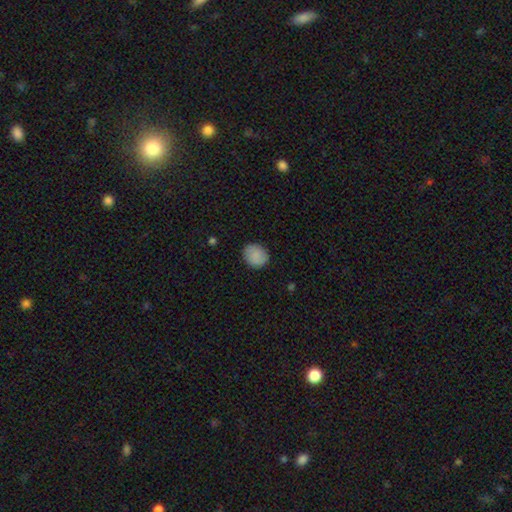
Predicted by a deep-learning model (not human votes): Smooth or featured? Predicted: smooth (p=0.88). How rounded? Predicted: round (p=0.71). Merging? Predicted: none (p=0.87).